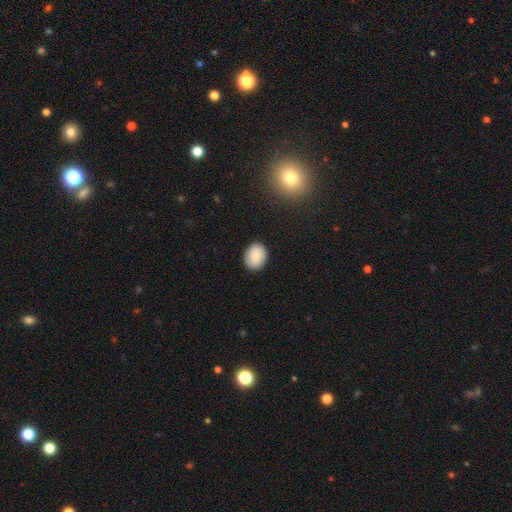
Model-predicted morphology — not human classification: Smooth or featured? Predicted: smooth (p=0.86). How rounded? Predicted: in between (p=0.52). Merging? Predicted: none (p=0.89).